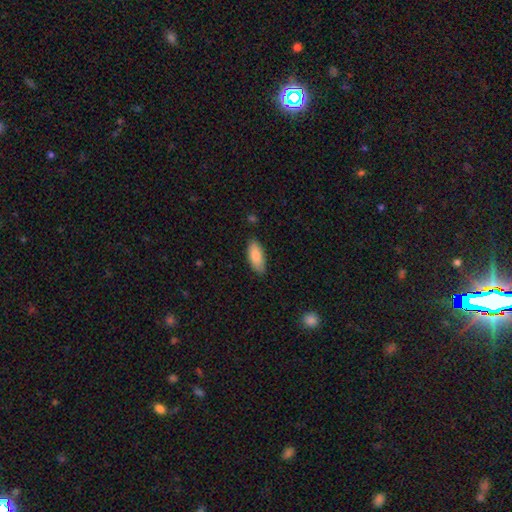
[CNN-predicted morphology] A smooth galaxy with no disk features (82%) that is in between round and cigar-shaped (85%).

Vote fractions:
- Smooth or featured? smooth: 82% / featured or disk: 12% / star or artifact: 6%
- How rounded? in between: 85% / cigar-shaped: 13% / round: 2%
- Merging? none: 84% / minor disturbance: 13% / major disturbance: 2% / merger: 1%